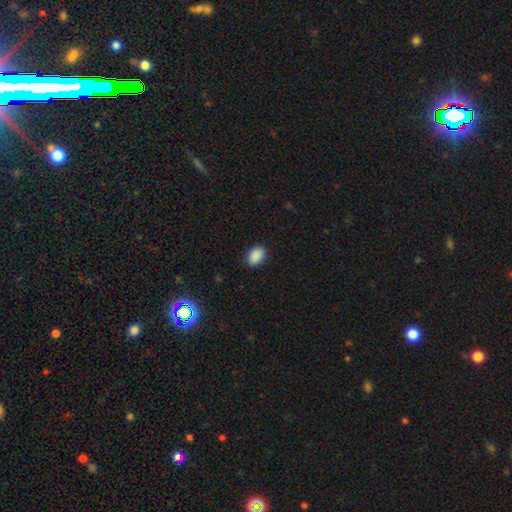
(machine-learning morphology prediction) Overall: smooth (89%). How rounded: in between (79%). Merging: none (87%).